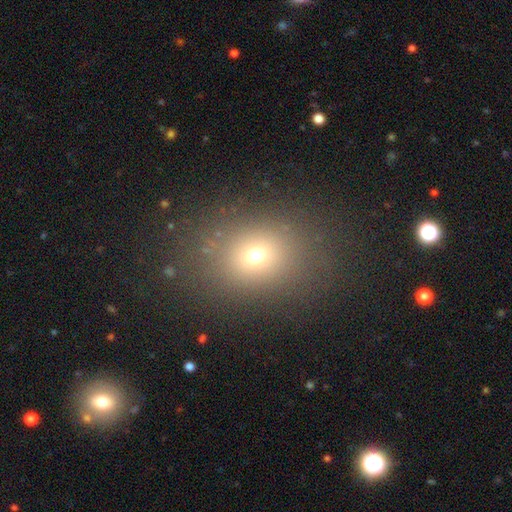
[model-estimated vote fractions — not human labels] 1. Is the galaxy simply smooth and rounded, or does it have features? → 68% smooth, 21% star or artifact, 11% featured or disk.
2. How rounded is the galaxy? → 55% round, 44% in between, 1% cigar-shaped.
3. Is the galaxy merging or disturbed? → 81% none, 10% minor disturbance, 6% major disturbance, 2% merger.